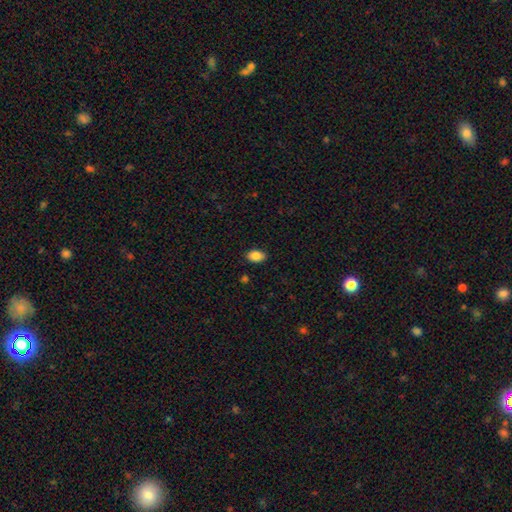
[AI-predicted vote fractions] smooth_or_featured: smooth (p=0.86) [alt: star or artifact p=0.08]
how_rounded: in between (p=0.87) [alt: round p=0.12]
merging: none (p=0.87) [alt: minor disturbance p=0.10]